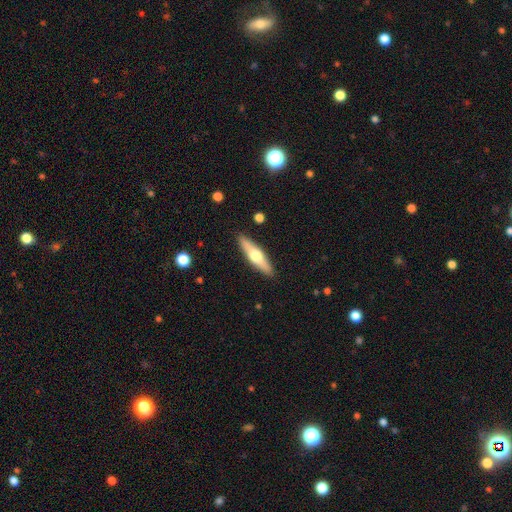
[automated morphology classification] A featured or disk galaxy (51%) viewed edge-on (92%).

Vote fractions:
- Smooth or featured? featured or disk: 51% / smooth: 44% / star or artifact: 5%
- Edge-on disk? yes: 92% / no: 8%
- Merging? none: 89% / minor disturbance: 8% / major disturbance: 2% / merger: 1%